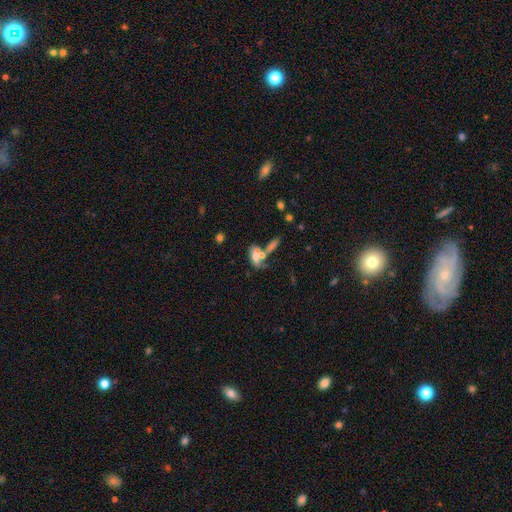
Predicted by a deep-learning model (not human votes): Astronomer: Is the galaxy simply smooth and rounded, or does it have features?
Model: smooth — 55% (runner-up: featured or disk, 33%).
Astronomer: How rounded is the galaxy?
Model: in between — 68%.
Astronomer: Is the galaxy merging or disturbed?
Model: merger — 48% (runner-up: none, 30%).